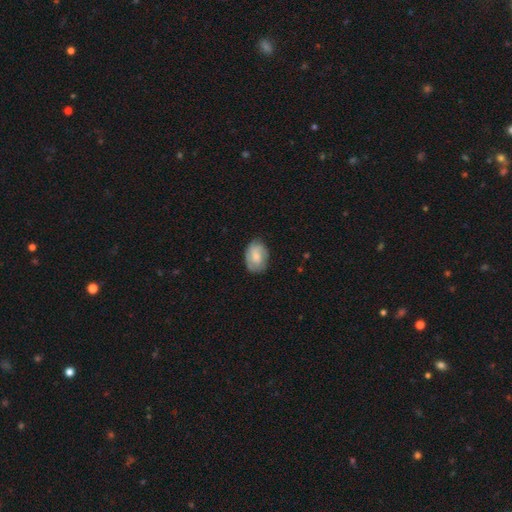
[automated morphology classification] This appears to be a smooth galaxy with no disk features (59%) that is in between round and cigar-shaped (78%). Merging: none (74%).